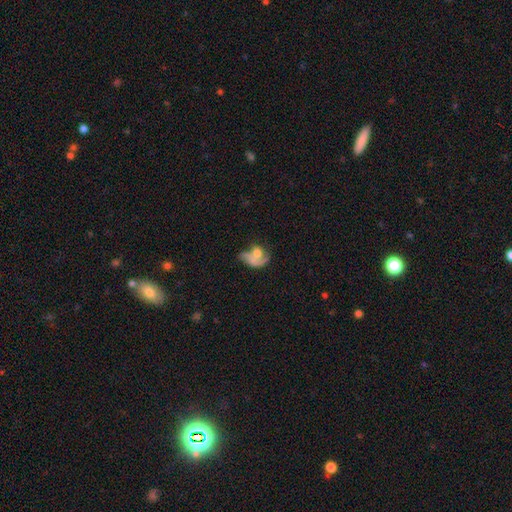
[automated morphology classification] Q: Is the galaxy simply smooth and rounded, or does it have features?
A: featured or disk — 48%.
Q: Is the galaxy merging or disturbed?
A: merger — 33%.